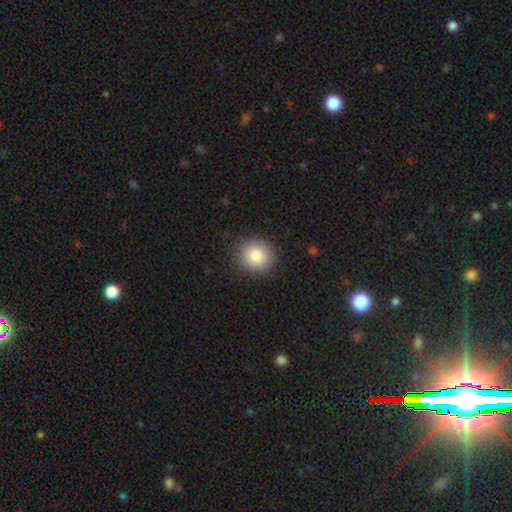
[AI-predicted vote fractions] smooth-or-featured: smooth: 83% | star or artifact: 9% | featured or disk: 7%
  how-rounded: round: 83% | in between: 16% | cigar-shaped: 1%
  merging: none: 89% | minor disturbance: 8% | major disturbance: 2% | merger: 1%